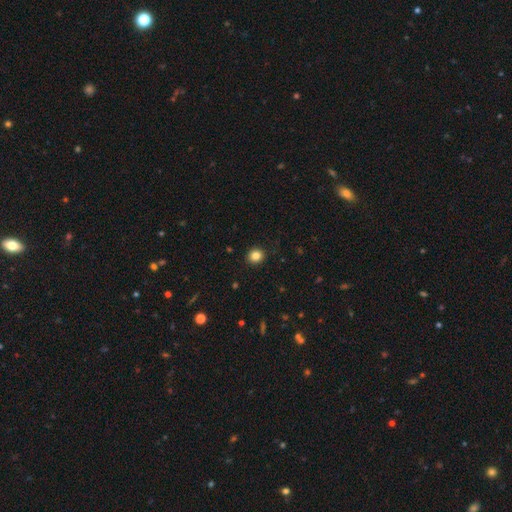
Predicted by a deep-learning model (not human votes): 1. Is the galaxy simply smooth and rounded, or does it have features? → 84% smooth, 11% star or artifact, 5% featured or disk.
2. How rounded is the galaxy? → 87% round, 12% in between, 1% cigar-shaped.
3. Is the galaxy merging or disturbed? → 92% none, 6% minor disturbance, 2% major disturbance, 1% merger.